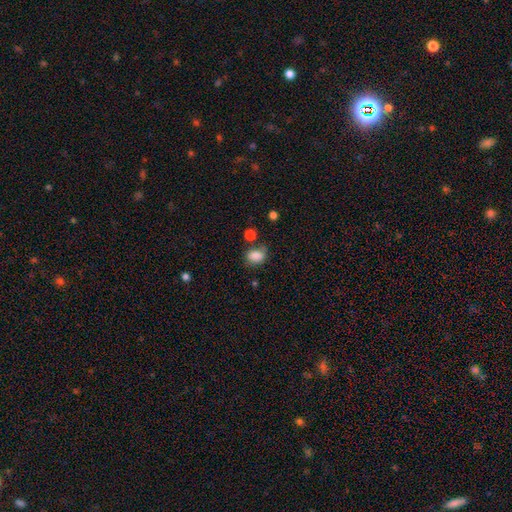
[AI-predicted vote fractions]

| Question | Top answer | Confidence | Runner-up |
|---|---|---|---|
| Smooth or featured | smooth | 84% | star or artifact (10%) |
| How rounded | in between | 67% | round (32%) |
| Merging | none | 55% | minor disturbance (26%) |